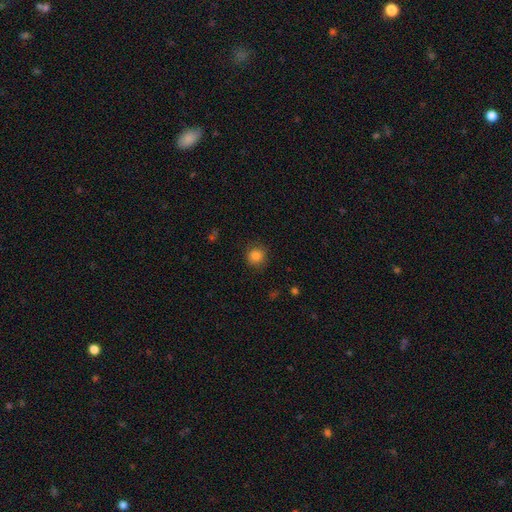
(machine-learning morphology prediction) smooth_or_featured: smooth (p=0.84) [alt: star or artifact p=0.11]
how_rounded: round (p=0.92) [alt: in between p=0.08]
merging: none (p=0.87) [alt: minor disturbance p=0.09]